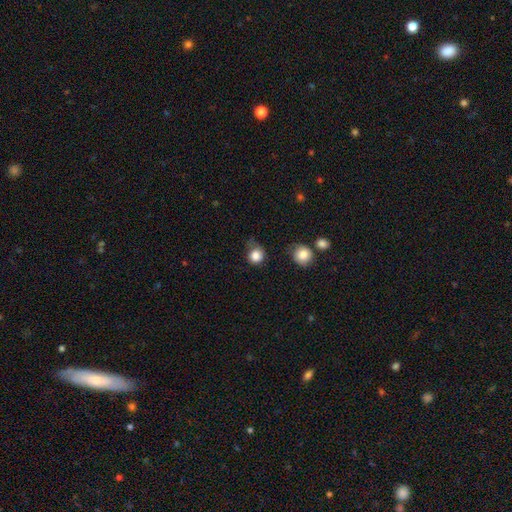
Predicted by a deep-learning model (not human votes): smooth-or-featured: smooth: 84% | star or artifact: 10% | featured or disk: 6%
  how-rounded: round: 85% | in between: 14% | cigar-shaped: 1%
  merging: none: 53% | minor disturbance: 30% | major disturbance: 13% | merger: 4%